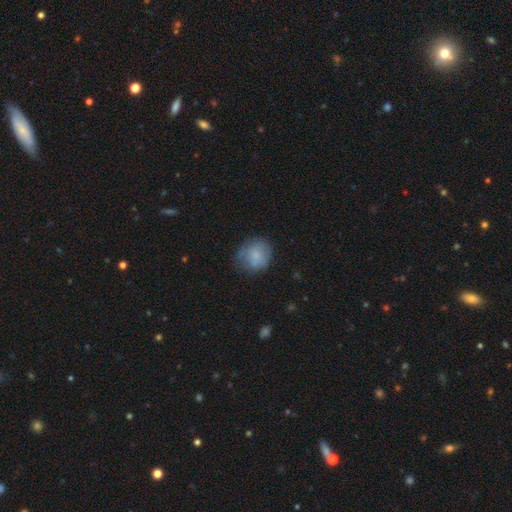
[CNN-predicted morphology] smooth_or_featured: smooth (p=0.71) [alt: featured or disk p=0.21]
how_rounded: round (p=0.78) [alt: in between p=0.21]
merging: none (p=0.58) [alt: minor disturbance p=0.27]